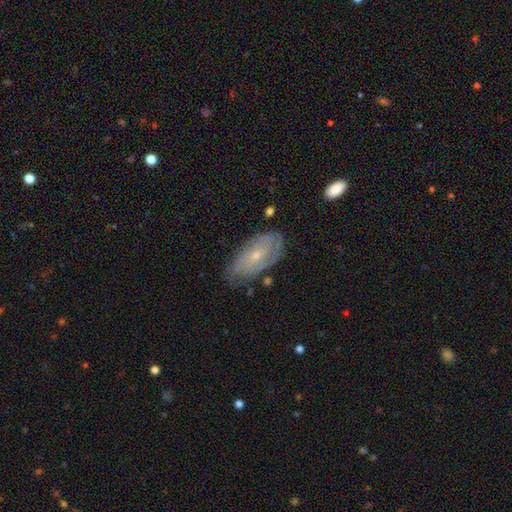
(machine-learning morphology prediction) featured or disk 66%, smooth 25%, star or artifact 9%. Down the decision tree: edge-on disk — no (92%); bar — no (65%); spiral arms — yes (84%); spiral arm count — can't tell (51%); spiral winding — tight (64%); bulge size — small (65%); merging — none (73%).